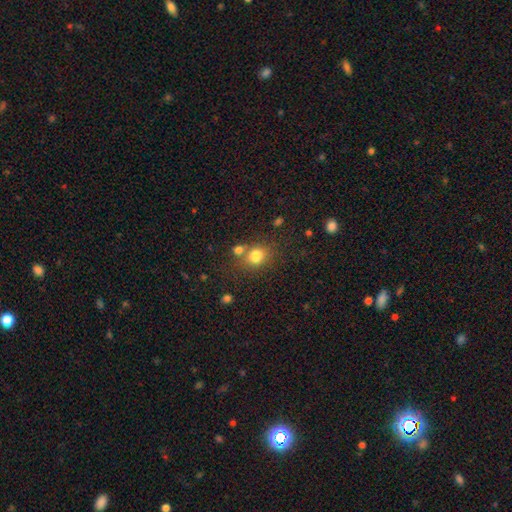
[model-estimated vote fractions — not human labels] This appears to be a smooth galaxy with no disk features (78%) that is round (64%). Merging: none (59%).